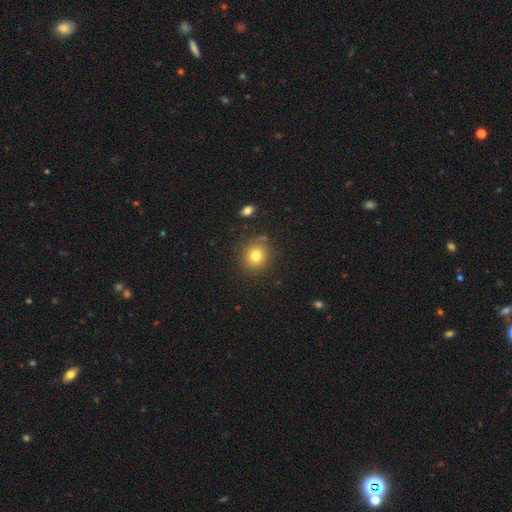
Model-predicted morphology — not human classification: This appears to be a smooth galaxy with no disk features (78%) that is round (86%). Merging: none (83%).